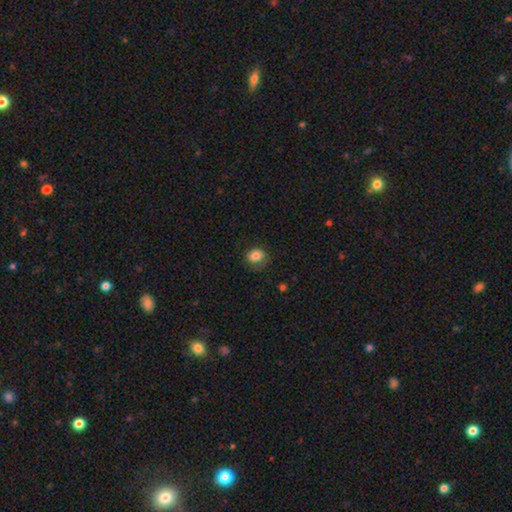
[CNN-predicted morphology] type=smooth (81%); roundness=in between (51%); merging=none (67%).